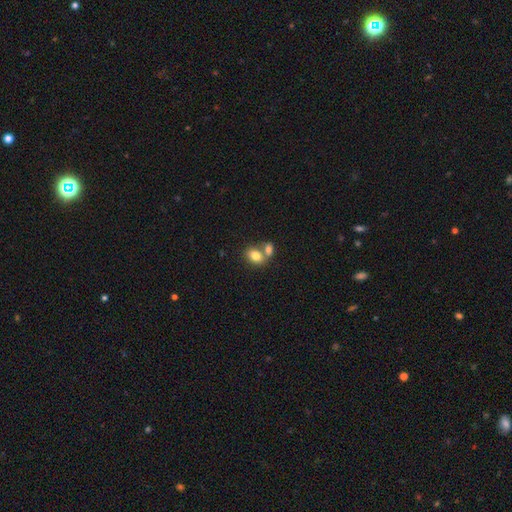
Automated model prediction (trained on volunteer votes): Smooth or featured? smooth (80%)
How rounded? in between (70%)
Merging? merger (51%)